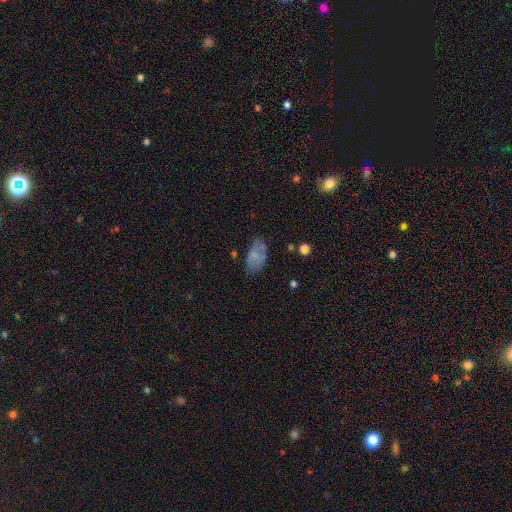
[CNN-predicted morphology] Overall: smooth (68%). How rounded: in between (93%). Merging: none (56%; minor disturbance 28%).